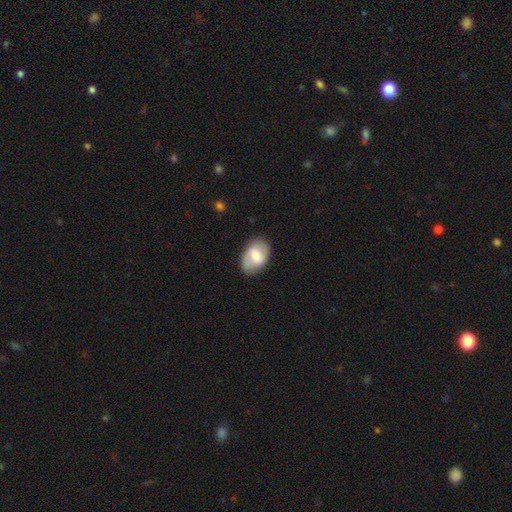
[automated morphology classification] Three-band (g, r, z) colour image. It shows a featured or disk galaxy (48%). Merging: none (81%).